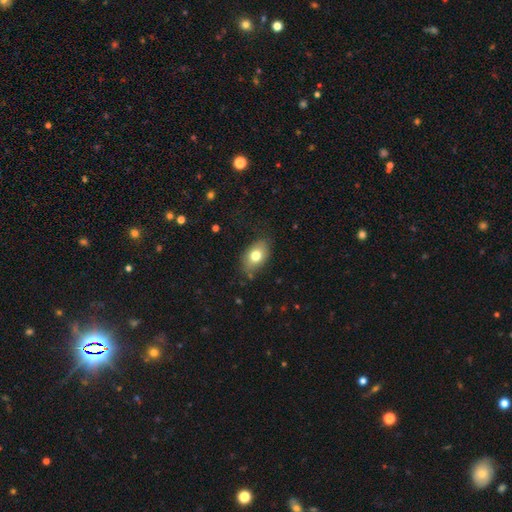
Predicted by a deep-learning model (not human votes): A smooth galaxy with no disk features (75%) that is in between round and cigar-shaped (86%). Merging: none (78%).